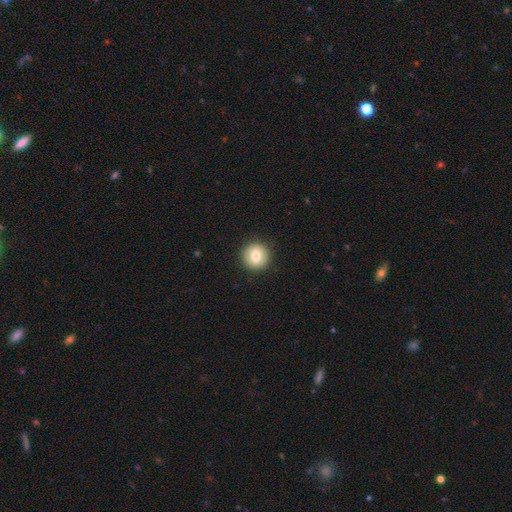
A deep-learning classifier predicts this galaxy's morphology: smooth-or-featured: smooth: 80% | featured or disk: 12% | star or artifact: 8%
  how-rounded: round: 93% | in between: 6% | cigar-shaped: 1%
  merging: none: 91% | minor disturbance: 6% | major disturbance: 2% | merger: 1%